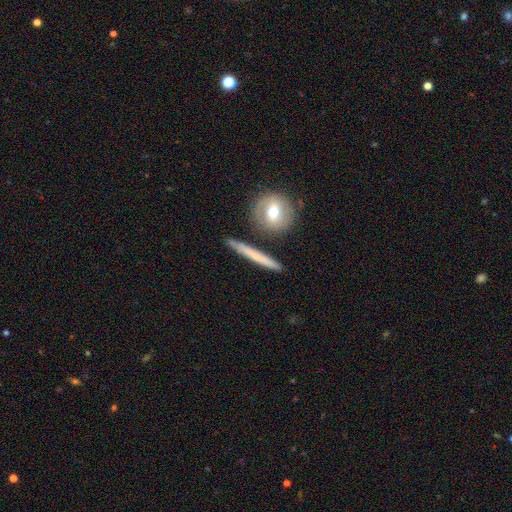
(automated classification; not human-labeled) Smooth or featured? smooth (51%)
How rounded? cigar-shaped (91%)
Merging? none (85%)